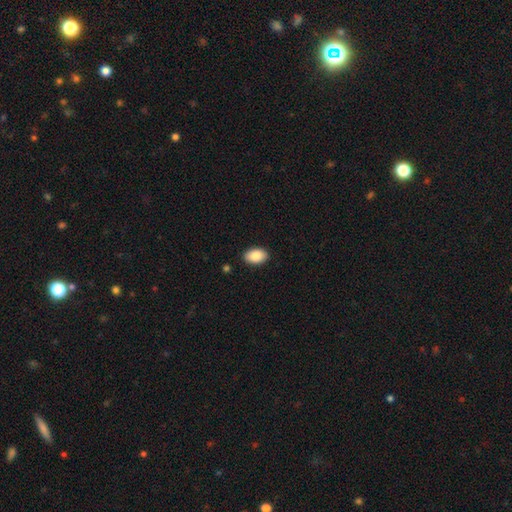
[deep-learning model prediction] Morphology: type=smooth (87%); roundness=in between (91%); merging=none (90%).